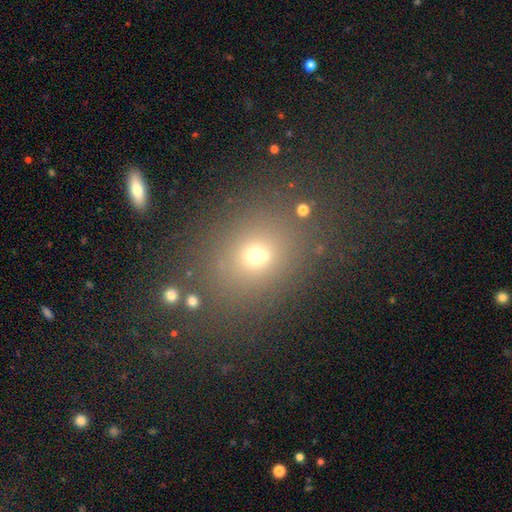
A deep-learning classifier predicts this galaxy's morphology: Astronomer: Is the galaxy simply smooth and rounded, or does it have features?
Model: smooth — 63%.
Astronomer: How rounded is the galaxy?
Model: round — 62%.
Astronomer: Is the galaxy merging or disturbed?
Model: none — 72%.